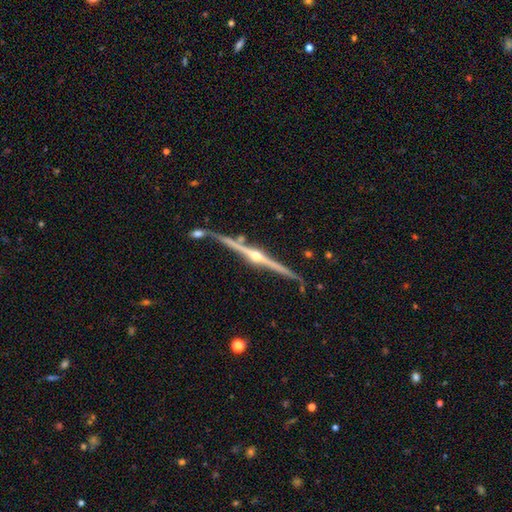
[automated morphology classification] Smooth or featured: featured or disk — 90% (star or artifact — 5%)
Edge-on disk: yes — 98% (no — 2%)
Edge-on bulge: rounded — 93% (none — 4%)
Merging: none — 80% (minor disturbance — 12%)